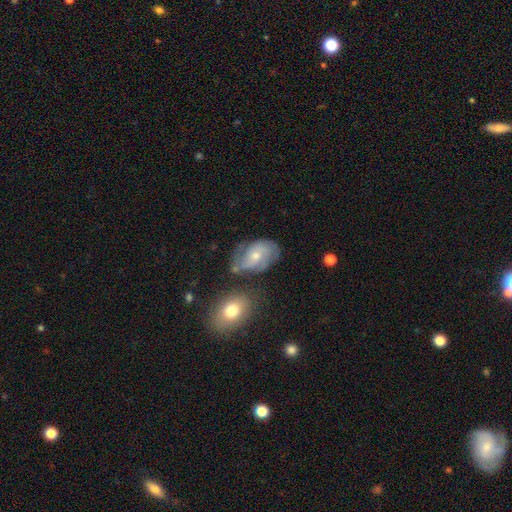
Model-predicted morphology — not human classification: smooth_or_featured: featured or disk (p=0.63) [alt: smooth p=0.30]
disk_edge_on: no (p=0.96) [alt: yes p=0.04]
bar: no (p=0.65) [alt: weak p=0.30]
has_spiral_arms: yes (p=0.83) [alt: no p=0.17]
spiral_winding: medium (p=0.43) [alt: tight p=0.35]
spiral_arm_count: 2 (p=0.51) [alt: can't tell p=0.26]
bulge_size: small (p=0.54) [alt: moderate p=0.42]
merging: none (p=0.49) [alt: minor disturbance p=0.26]